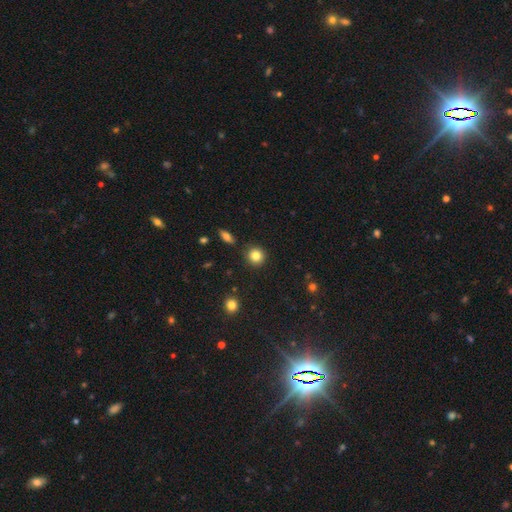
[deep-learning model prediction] Morphology: type=smooth (84%); roundness=round (90%); merging=none (88%).